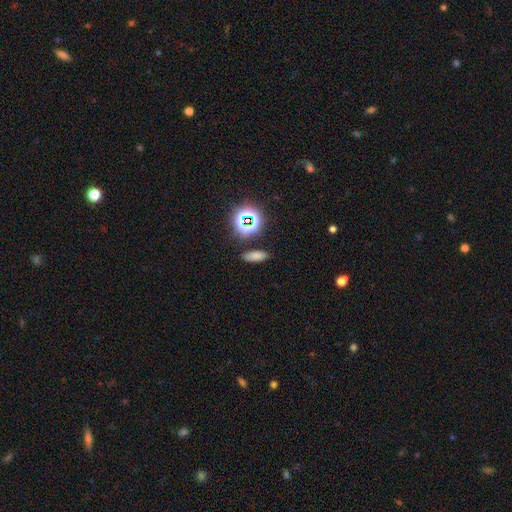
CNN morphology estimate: Q: Smooth or featured?
A: smooth (71%); runner-up: star or artifact (22%)
Q: How rounded?
A: in between (66%); runner-up: cigar-shaped (25%)
Q: Merging?
A: none (84%); runner-up: minor disturbance (10%)